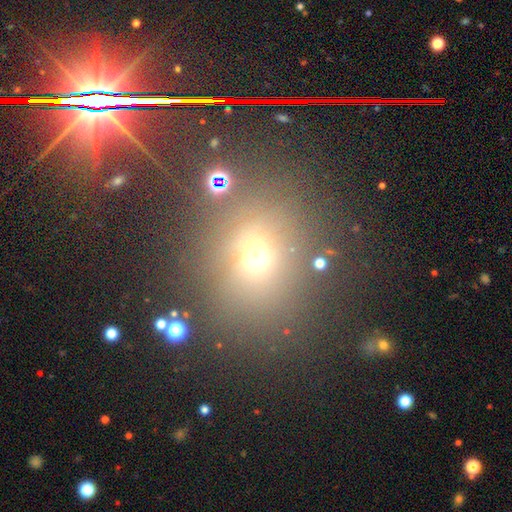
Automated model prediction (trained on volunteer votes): Q: Smooth or featured?
A: smooth (52%); runner-up: star or artifact (37%)
Q: How rounded?
A: round (66%); runner-up: in between (32%)
Q: Merging?
A: none (80%); runner-up: minor disturbance (10%)